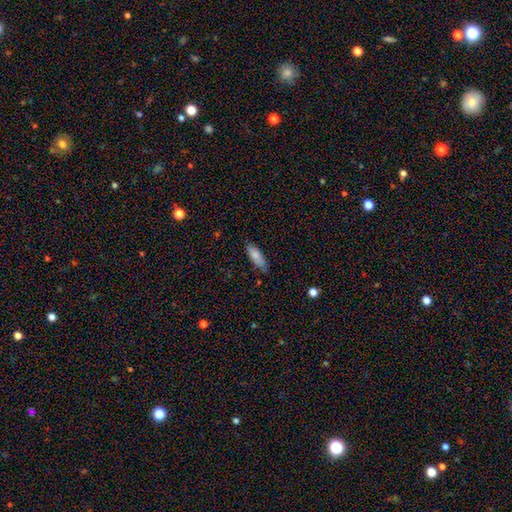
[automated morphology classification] Smooth or featured: smooth — 83% (featured or disk — 11%)
How rounded: in between — 64% (cigar-shaped — 34%)
Merging: none — 78% (minor disturbance — 18%)